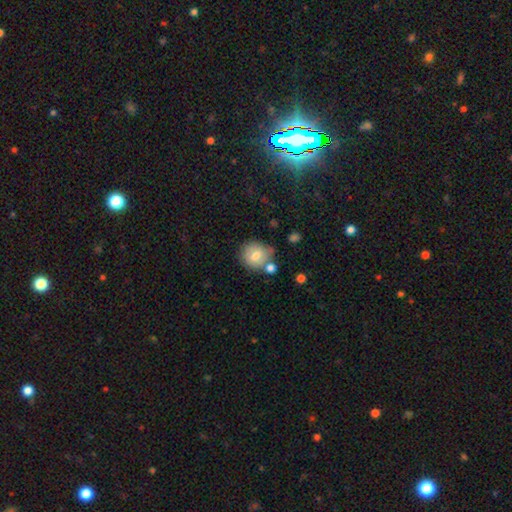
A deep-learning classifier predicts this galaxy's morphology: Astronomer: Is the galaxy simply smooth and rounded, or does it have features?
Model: smooth — 72%.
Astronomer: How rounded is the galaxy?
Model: round — 80%.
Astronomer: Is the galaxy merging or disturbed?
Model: none — 60%.